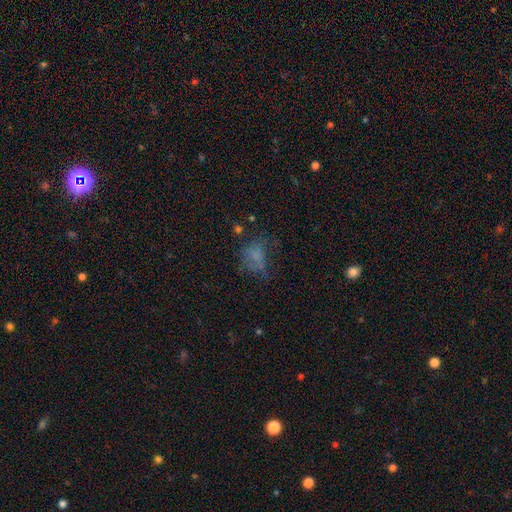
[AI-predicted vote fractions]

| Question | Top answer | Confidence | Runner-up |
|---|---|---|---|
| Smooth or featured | smooth | 55% | featured or disk (23%) |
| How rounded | in between | 58% | round (41%) |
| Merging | none | 41% | major disturbance (31%) |